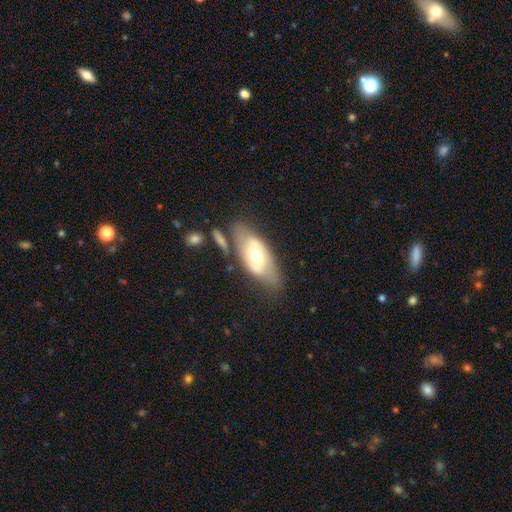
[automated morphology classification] A featured or disk galaxy (60%) with no bar (49%), spiral arms (61%) and a moderate central bulge (67%). Merging: none (62%).